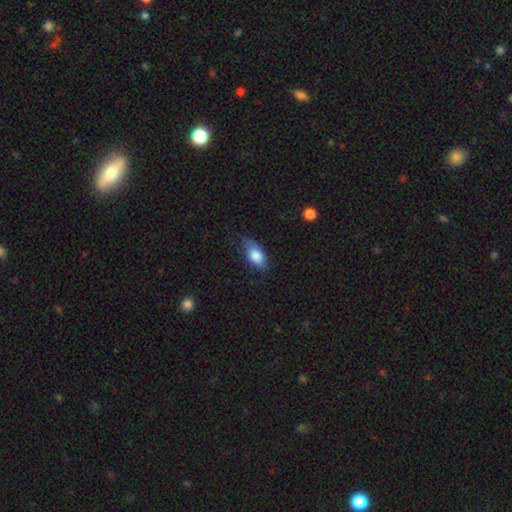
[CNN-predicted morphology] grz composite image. It shows a smooth galaxy with no disk features (76%) that is in between round and cigar-shaped (86%). Merging: none (64%).